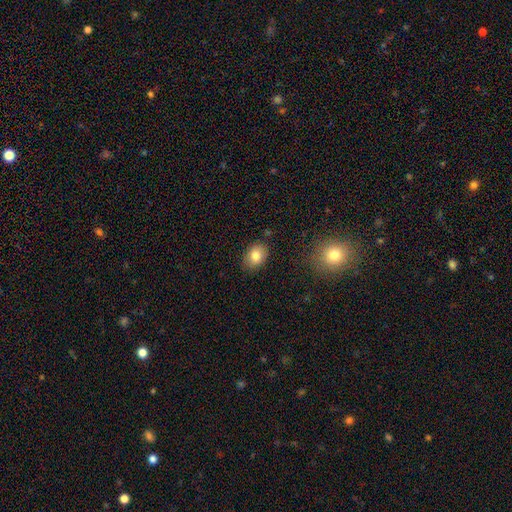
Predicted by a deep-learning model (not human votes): This appears to be a smooth galaxy with no disk features (81%) that is in between round and cigar-shaped (73%). Merging: none (84%).